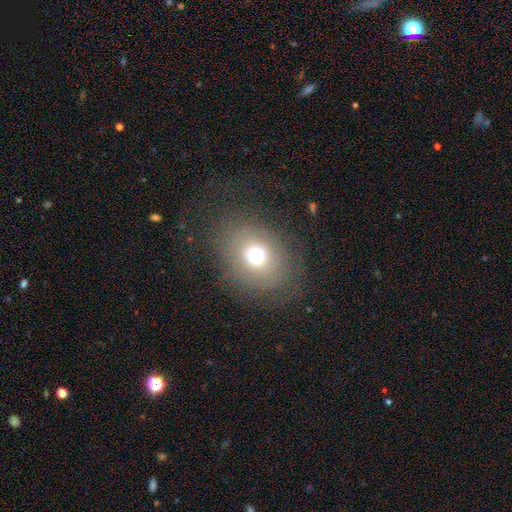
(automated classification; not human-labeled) Q: Smooth or featured?
A: smooth (67%); runner-up: star or artifact (18%)
Q: How rounded?
A: round (62%); runner-up: in between (37%)
Q: Merging?
A: none (77%); runner-up: minor disturbance (12%)